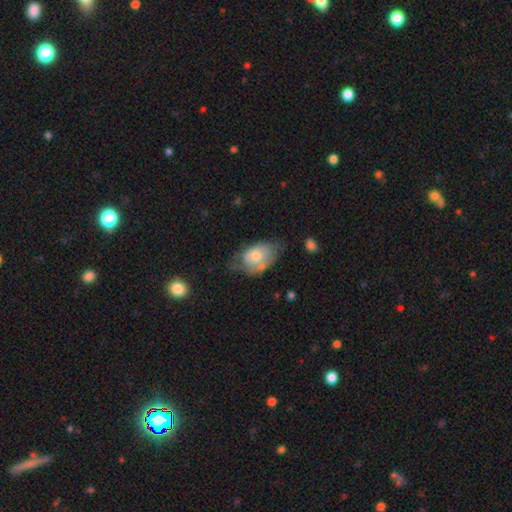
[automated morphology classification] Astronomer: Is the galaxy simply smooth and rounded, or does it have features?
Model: smooth — 58% (runner-up: featured or disk, 35%).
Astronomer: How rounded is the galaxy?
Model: in between — 87%.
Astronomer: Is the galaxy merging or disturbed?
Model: none — 37%, tied with minor disturbance at 37%.